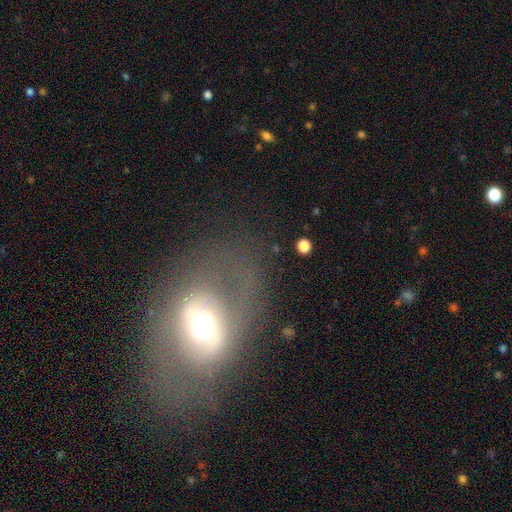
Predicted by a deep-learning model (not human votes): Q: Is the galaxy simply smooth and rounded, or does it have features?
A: featured or disk — 62%.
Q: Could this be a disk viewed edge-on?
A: no — 92%.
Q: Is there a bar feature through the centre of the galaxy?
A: no — 43%.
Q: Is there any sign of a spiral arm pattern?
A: no — 56%.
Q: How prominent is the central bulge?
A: moderate — 52%.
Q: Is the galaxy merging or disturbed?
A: none — 71%.